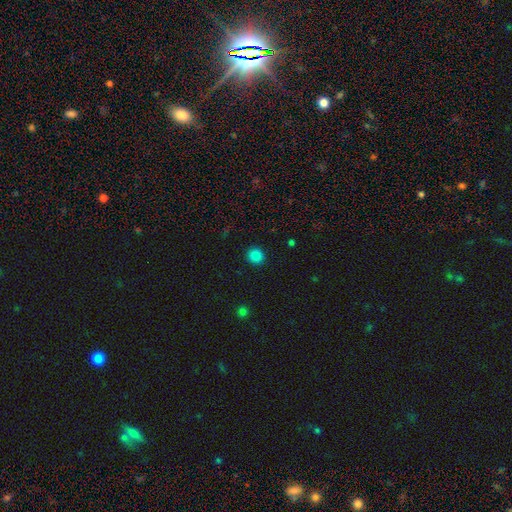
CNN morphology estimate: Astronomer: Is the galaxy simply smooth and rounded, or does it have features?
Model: smooth — 84%.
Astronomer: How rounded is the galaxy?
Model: round — 89%.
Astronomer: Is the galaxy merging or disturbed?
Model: none — 92%.